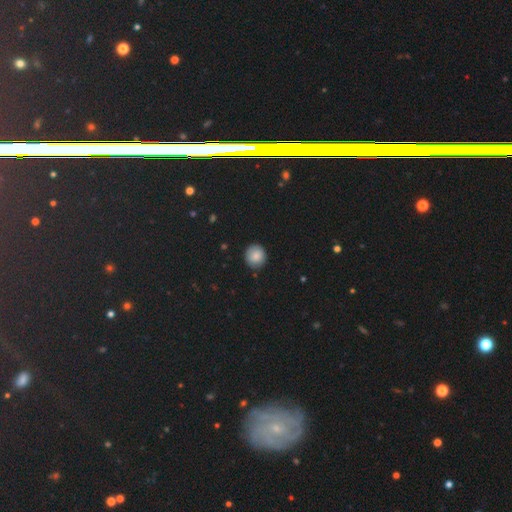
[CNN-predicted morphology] Smooth or featured?
  - smooth: 85% *
  - star or artifact: 9%
  - featured or disk: 6%
How rounded?
  - round: 90% *
  - in between: 9%
  - cigar-shaped: 1%
Merging?
  - none: 88% *
  - minor disturbance: 9%
  - major disturbance: 2%
  - merger: 1%